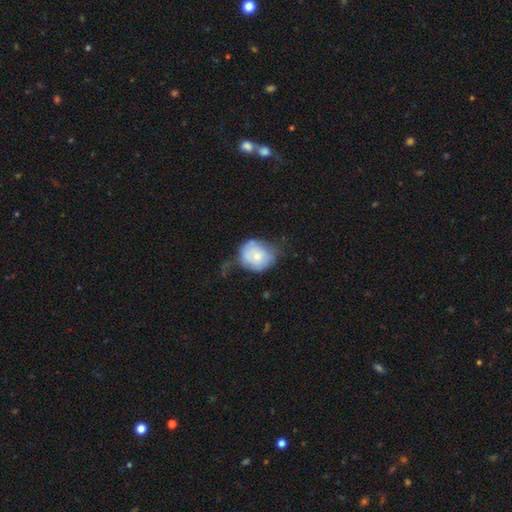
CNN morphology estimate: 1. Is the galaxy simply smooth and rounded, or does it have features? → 62% smooth, 31% featured or disk, 7% star or artifact.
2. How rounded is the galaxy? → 69% round, 30% in between, 1% cigar-shaped.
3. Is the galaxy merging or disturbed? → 35% minor disturbance, 32% none, 25% major disturbance, 7% merger.